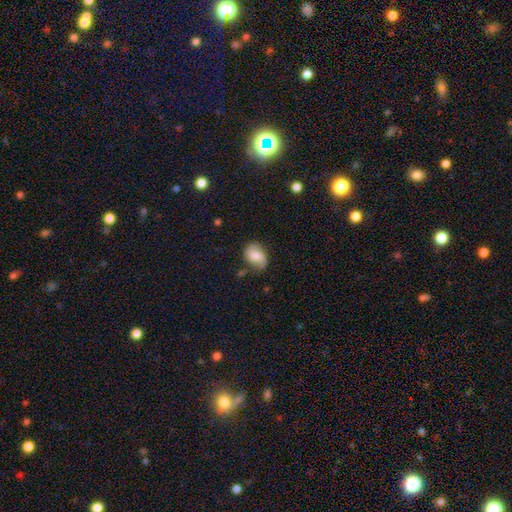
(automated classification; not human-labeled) This is possibly a featured or disk galaxy (52%). It is clearly not viewed edge-on (97%). Merging: likely none (69%).